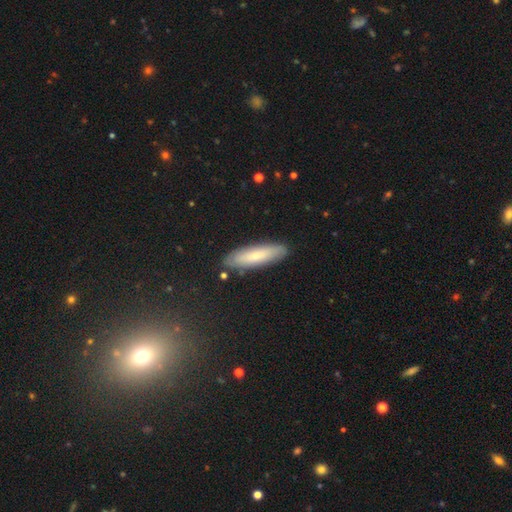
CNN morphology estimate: This is likely a smooth galaxy (67%). How rounded: likely cigar-shaped (65%). Merging: clearly none (87%).